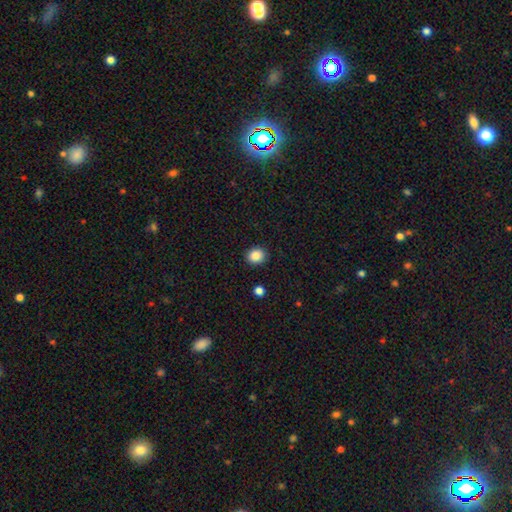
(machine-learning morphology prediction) A smooth galaxy with no disk features (88%) that is round (77%). Merging: none (90%).